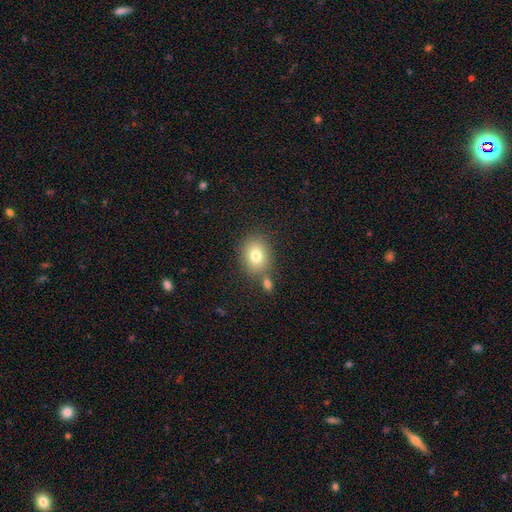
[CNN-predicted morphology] This appears to be a smooth galaxy with no disk features (79%) that is round (53%). Merging: none (72%).